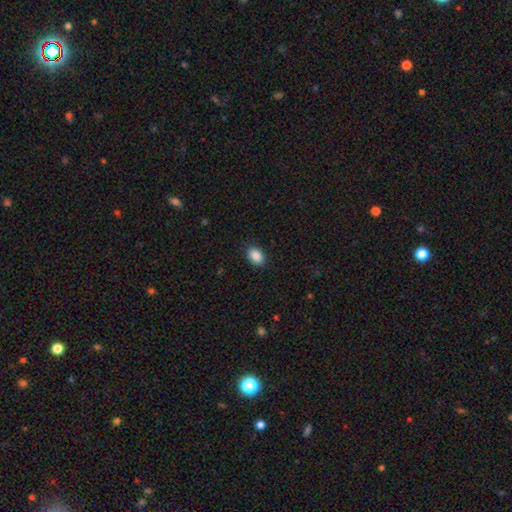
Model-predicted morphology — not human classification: The model was most divided on "how rounded": in between: 80%, round: 19%, cigar-shaped: 1%. More confident: smooth or featured — smooth (89%); merging — none (88%).